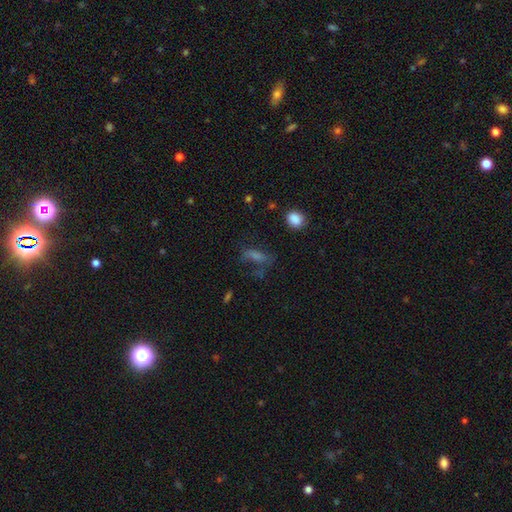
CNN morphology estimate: Smooth or featured?
  - smooth: 43% *
  - star or artifact: 30%
  - featured or disk: 28%
Merging?
  - none: 54% *
  - major disturbance: 22%
  - minor disturbance: 20%
  - merger: 5%